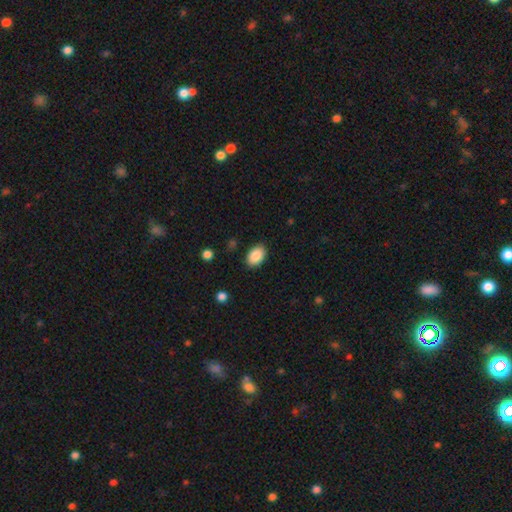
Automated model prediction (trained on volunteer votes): Q: Smooth or featured?
A: smooth (88%); runner-up: star or artifact (7%)
Q: How rounded?
A: in between (87%); runner-up: round (11%)
Q: Merging?
A: none (87%); runner-up: minor disturbance (10%)